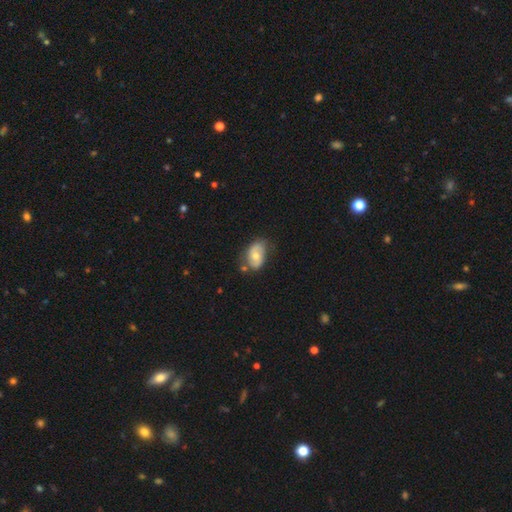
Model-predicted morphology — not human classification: This appears to be a smooth galaxy with no disk features (56%) that is in between round and cigar-shaped (86%). Merging: none (59%).